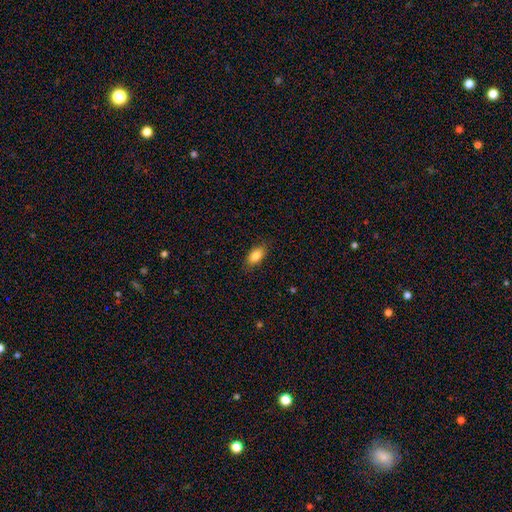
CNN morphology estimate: Smooth or featured: smooth — 84% (featured or disk — 8%)
How rounded: in between — 90% (cigar-shaped — 5%)
Merging: none — 85% (minor disturbance — 12%)